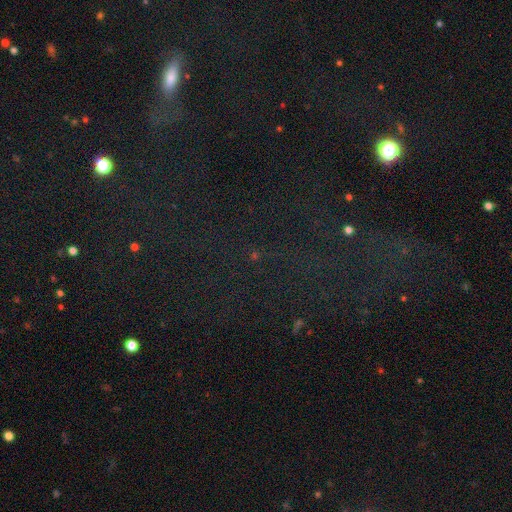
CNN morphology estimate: Overall: star or artifact (69%).